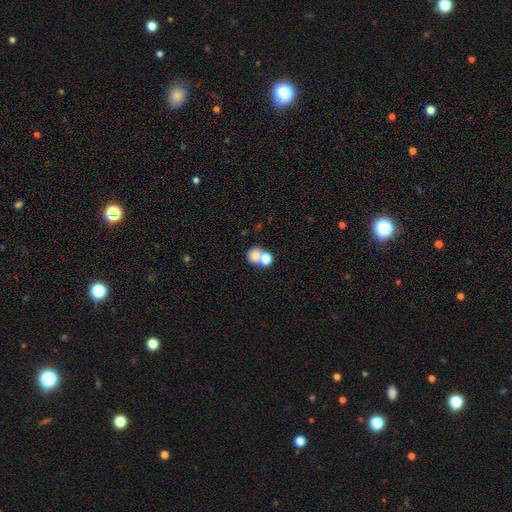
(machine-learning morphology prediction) A smooth galaxy with no disk features (75%) that is round (70%).

Vote fractions:
- Smooth or featured? smooth: 75% / featured or disk: 12% / star or artifact: 12%
- How rounded? round: 70% / in between: 29% / cigar-shaped: 1%
- Merging? merger: 51% / none: 36% / minor disturbance: 8% / major disturbance: 6%